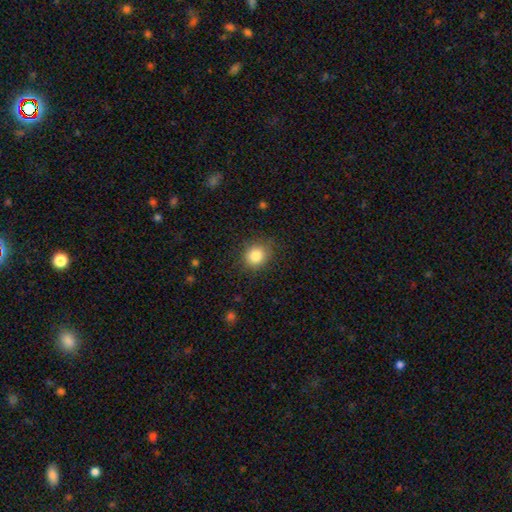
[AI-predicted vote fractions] The model was most divided on "how rounded": round: 75%, in between: 24%, cigar-shaped: 1%. More confident: smooth or featured — smooth (84%); merging — none (82%).